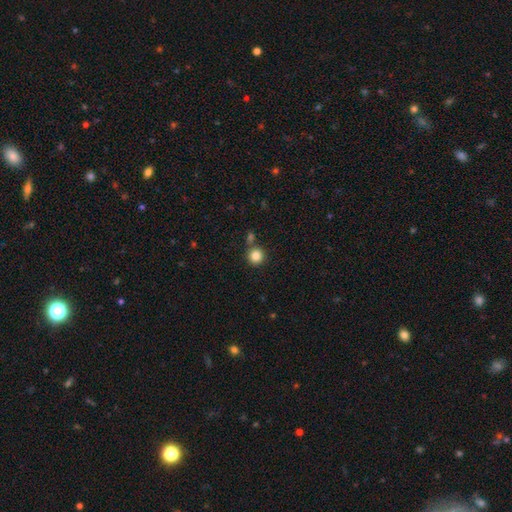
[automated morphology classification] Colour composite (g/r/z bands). It shows a smooth galaxy with no disk features (84%) that is round (95%). Merging: none (80%).